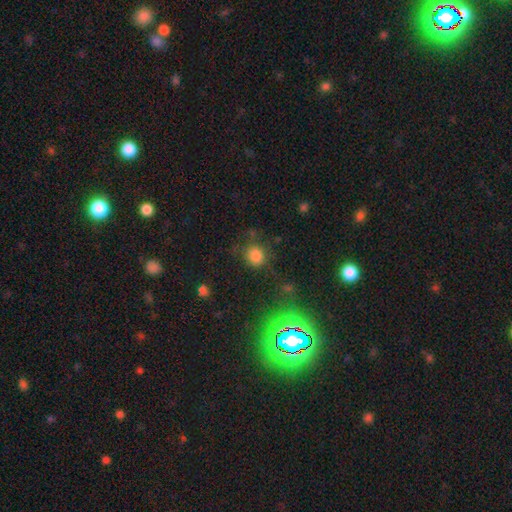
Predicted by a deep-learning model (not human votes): smooth_or_featured: smooth (p=0.77) [alt: star or artifact p=0.17]
how_rounded: round (p=0.82) [alt: in between p=0.17]
merging: none (p=0.74) [alt: minor disturbance p=0.14]